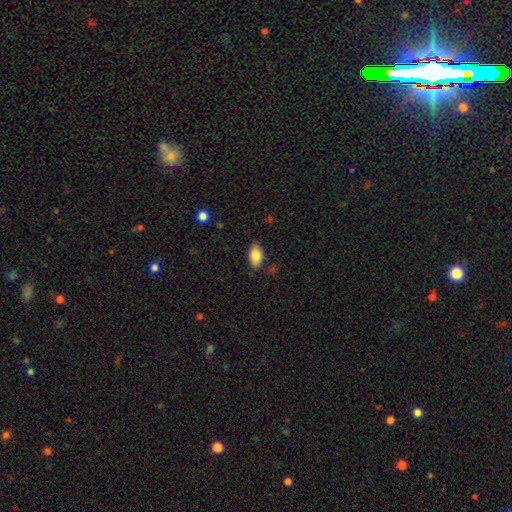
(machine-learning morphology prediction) Smooth or featured: smooth — 84% (featured or disk — 8%)
How rounded: in between — 92% (round — 6%)
Merging: none — 81% (minor disturbance — 14%)